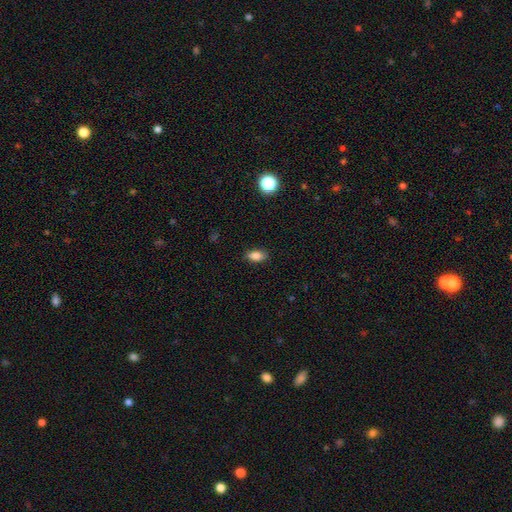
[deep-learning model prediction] Smooth or featured: smooth — 85% (star or artifact — 10%)
How rounded: in between — 86% (round — 9%)
Merging: none — 86% (minor disturbance — 11%)